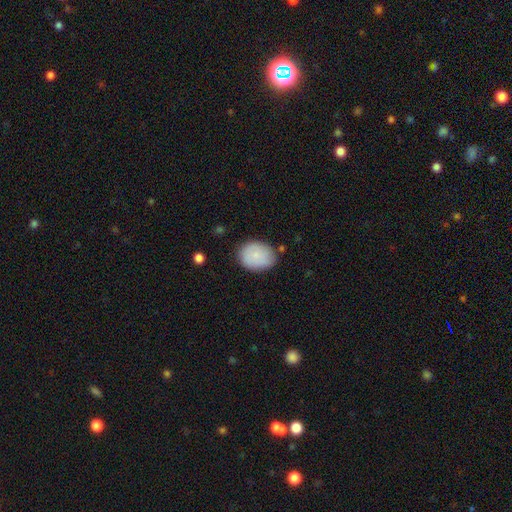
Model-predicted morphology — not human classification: Overall: smooth (84%). How rounded: in between (53%; round 47%). Merging: none (76%).